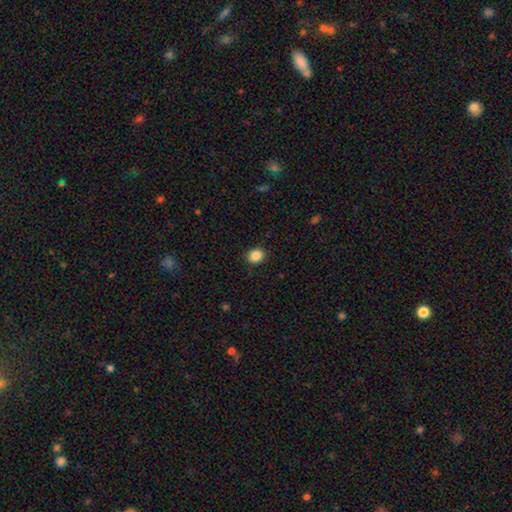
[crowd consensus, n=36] This appears to be a smooth galaxy with no disk features (89%) that is round (59%). Merging: none (88%).